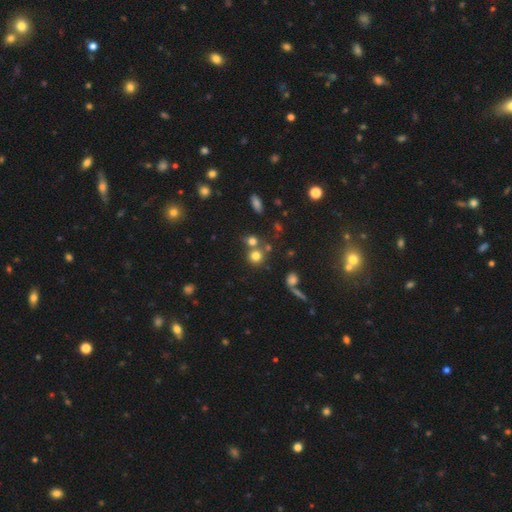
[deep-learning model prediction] smooth_or_featured: smooth (p=0.75) [alt: star or artifact p=0.15]
how_rounded: round (p=0.87) [alt: in between p=0.12]
merging: none (p=0.57) [alt: merger p=0.30]